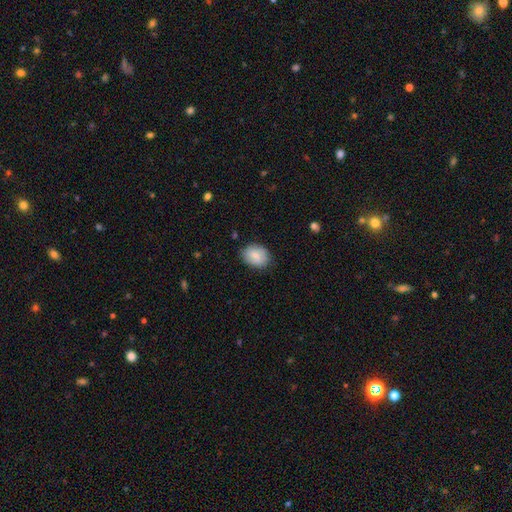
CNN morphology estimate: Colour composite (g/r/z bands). It shows a smooth galaxy with no disk features (81%) that is in between round and cigar-shaped (62%). Merging: none (80%).